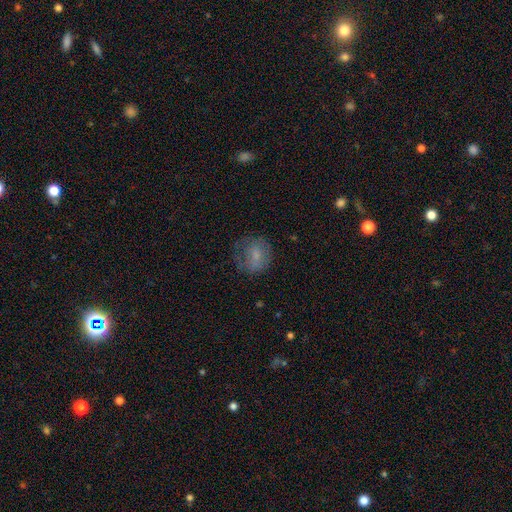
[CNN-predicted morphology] Smooth or featured?
  - smooth: 67% *
  - featured or disk: 23%
  - star or artifact: 10%
How rounded?
  - round: 71% *
  - in between: 28%
  - cigar-shaped: 1%
Merging?
  - none: 57% *
  - minor disturbance: 23%
  - major disturbance: 18%
  - merger: 2%